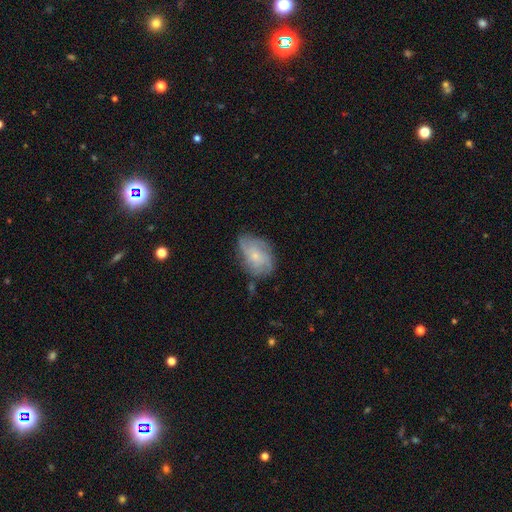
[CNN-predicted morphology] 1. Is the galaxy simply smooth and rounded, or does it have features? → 59% featured or disk, 32% smooth, 9% star or artifact.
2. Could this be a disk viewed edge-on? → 96% no, 4% yes.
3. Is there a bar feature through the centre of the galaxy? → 77% no, 20% weak, 3% strong.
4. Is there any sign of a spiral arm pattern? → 83% yes, 17% no.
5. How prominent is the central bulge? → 68% small, 24% moderate, 5% none, 2% large, 1% dominant.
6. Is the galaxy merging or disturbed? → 63% none, 25% minor disturbance, 10% major disturbance, 2% merger.